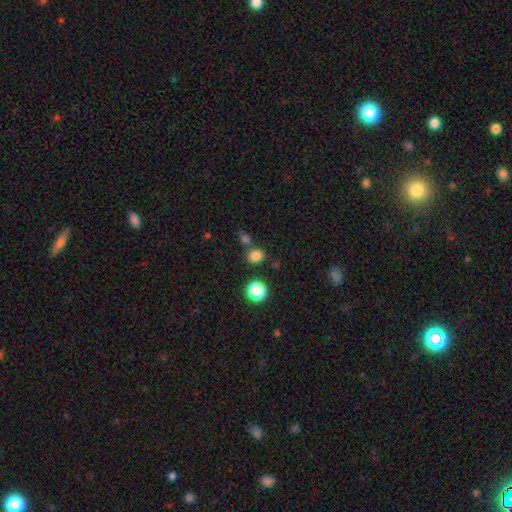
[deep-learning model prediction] A smooth galaxy with no disk features (80%) that is round (70%). Merging: none (71%).